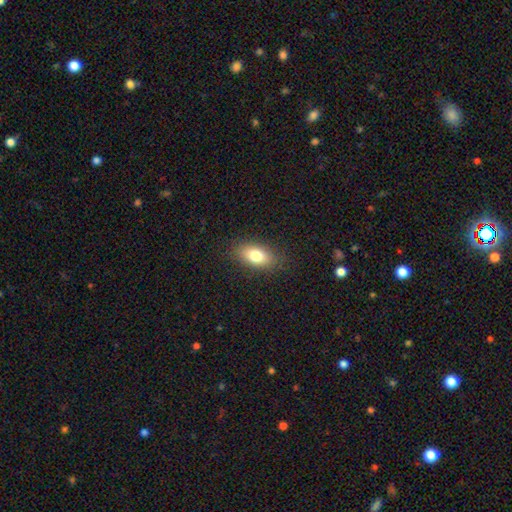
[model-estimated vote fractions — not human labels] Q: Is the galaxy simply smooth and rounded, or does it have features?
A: smooth — 78%.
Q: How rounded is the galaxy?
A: in between — 87%.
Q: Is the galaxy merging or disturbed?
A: none — 86%.